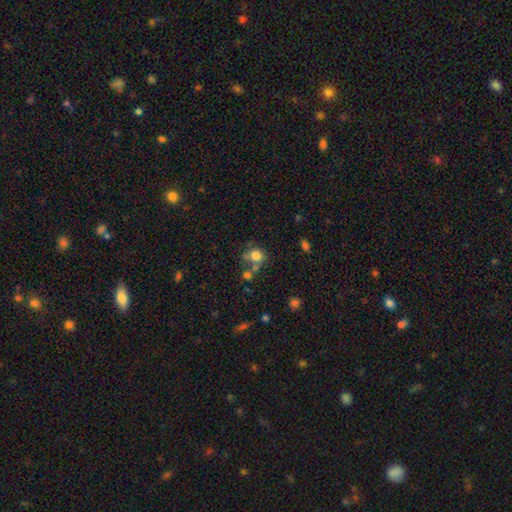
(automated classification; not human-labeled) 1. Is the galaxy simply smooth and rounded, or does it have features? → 76% smooth, 13% star or artifact, 11% featured or disk.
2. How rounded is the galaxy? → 77% round, 22% in between, 1% cigar-shaped.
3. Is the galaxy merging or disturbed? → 48% none, 29% merger, 15% minor disturbance, 9% major disturbance.